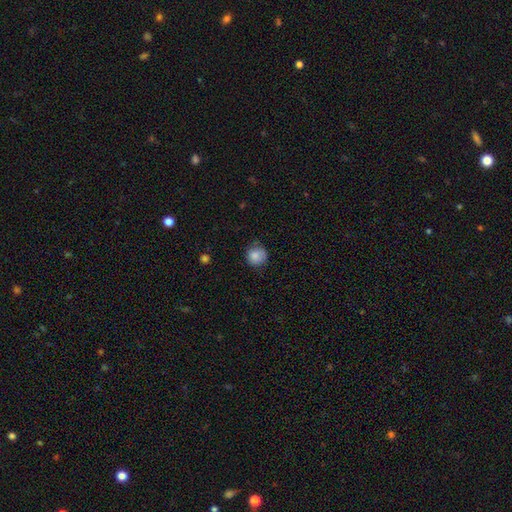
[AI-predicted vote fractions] The model was most divided on "merging": none: 74%, minor disturbance: 21%, major disturbance: 4%, merger: 1%. More confident: how rounded — round (90%); smooth or featured — smooth (85%).